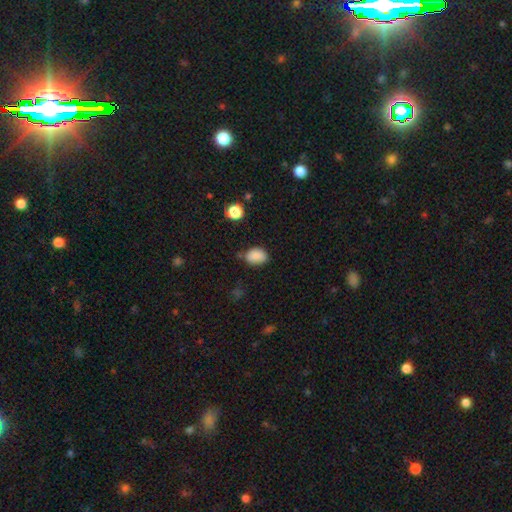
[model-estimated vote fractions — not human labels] smooth 86%, star or artifact 10%, featured or disk 4%. Down the decision tree: how rounded — in between (79%); merging — none (71%).